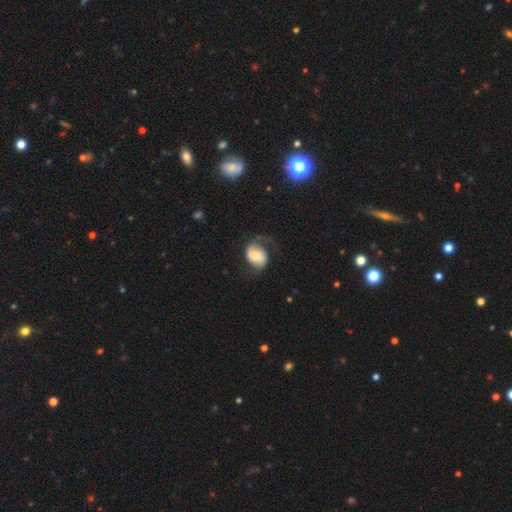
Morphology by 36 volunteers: smooth-or-featured: featured or disk: 53% | smooth: 42% | star or artifact: 6%
  disk-edge-on: no: 100% | yes: 0%
    bar: no: 58% | weak: 37% | strong: 5%
    has-spiral-arms: yes: 84% | no: 16%
      spiral-winding: loose: 56% | medium: 38% | tight: 6%
      spiral-arm-count: 2: 69% | 1: 19% | 3: 6% | can't tell: 6% | 4: 0% | more than 4: 0%
    bulge-size: moderate: 58% | small: 26% | large: 11% | none: 5% | dominant: 0%
  merging: none: 35% (tied) | minor disturbance: 35% (tied) | major disturbance: 26% | merger: 3%